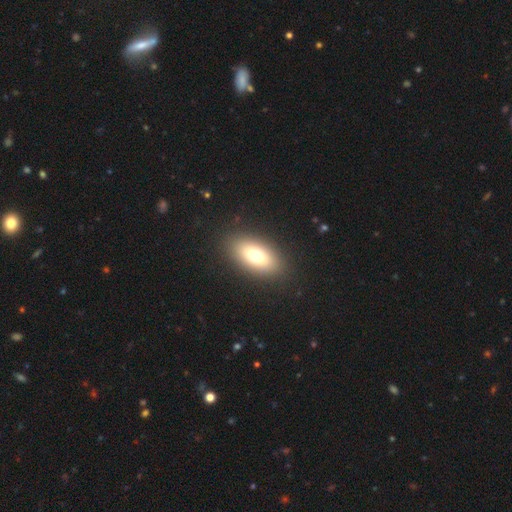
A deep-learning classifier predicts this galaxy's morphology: smooth 73%, featured or disk 18%, star or artifact 9%. Down the decision tree: how rounded — in between (87%); merging — none (88%).